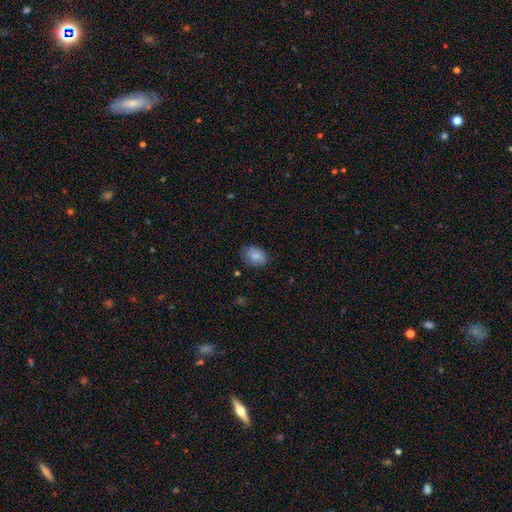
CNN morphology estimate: Smooth or featured?
  - smooth: 84% *
  - featured or disk: 9%
  - star or artifact: 8%
How rounded?
  - in between: 74% *
  - round: 25%
  - cigar-shaped: 1%
Merging?
  - none: 74% *
  - minor disturbance: 20%
  - major disturbance: 4%
  - merger: 2%